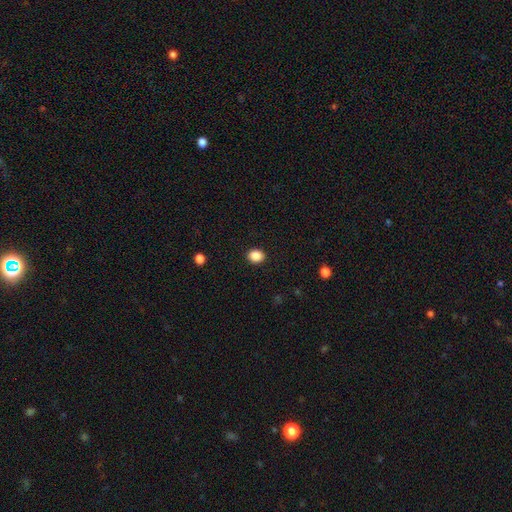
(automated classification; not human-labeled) This is clearly a smooth galaxy (87%). How rounded: likely round (60%). Merging: clearly none (91%).